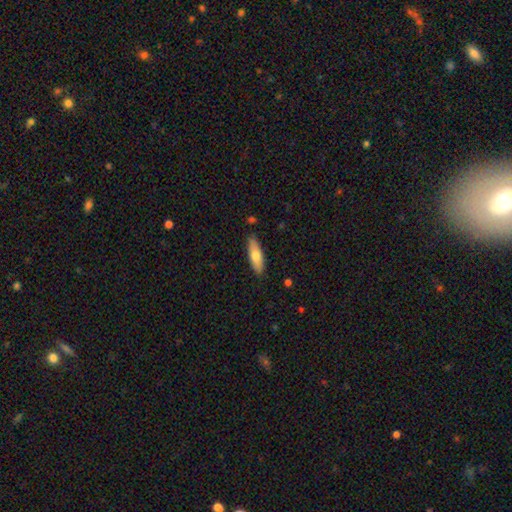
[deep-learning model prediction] This is likely a smooth galaxy (73%). How rounded: possibly in between (50%). Merging: clearly none (86%).